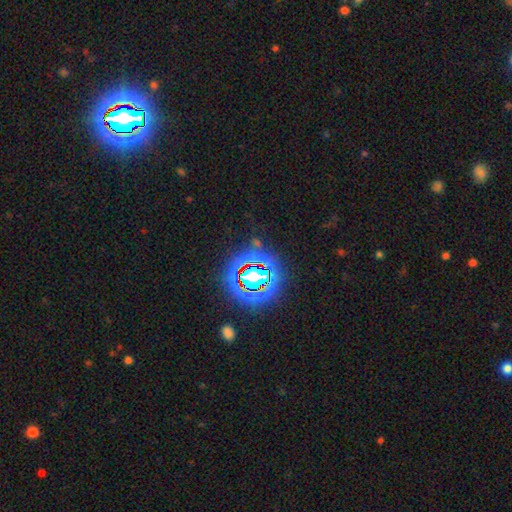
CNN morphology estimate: smooth-or-featured: star or artifact: 79% | smooth: 13% | featured or disk: 9%